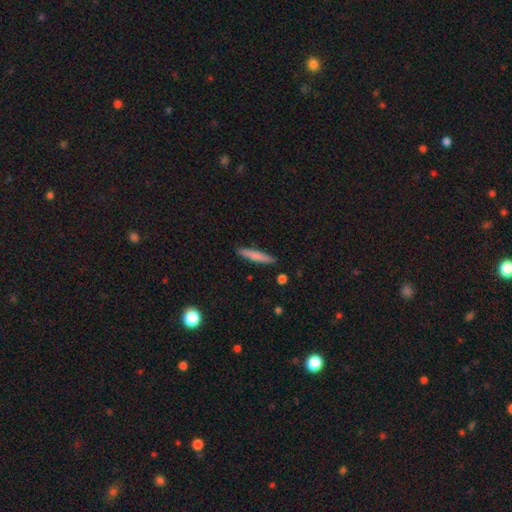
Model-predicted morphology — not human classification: A smooth galaxy with no disk features (72%) that is cigar-shaped (93%).

Vote fractions:
- Smooth or featured? smooth: 72% / featured or disk: 22% / star or artifact: 6%
- How rounded? cigar-shaped: 93% / in between: 6% / round: 1%
- Merging? none: 89% / minor disturbance: 8% / merger: 2% / major disturbance: 2%